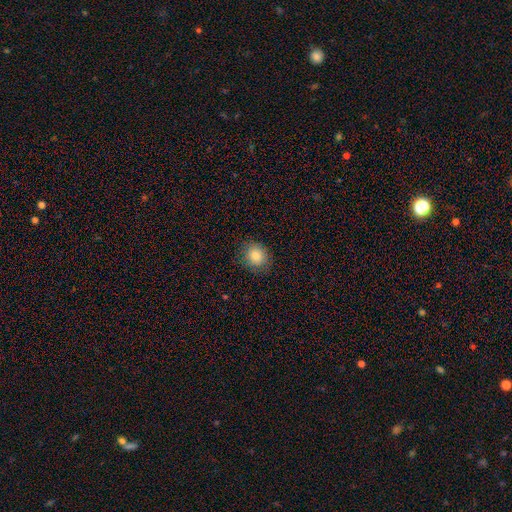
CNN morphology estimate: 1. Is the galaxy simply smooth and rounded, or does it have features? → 83% smooth, 10% star or artifact, 7% featured or disk.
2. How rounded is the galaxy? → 81% round, 18% in between, 1% cigar-shaped.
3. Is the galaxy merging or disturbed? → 86% none, 11% minor disturbance, 3% major disturbance, 1% merger.